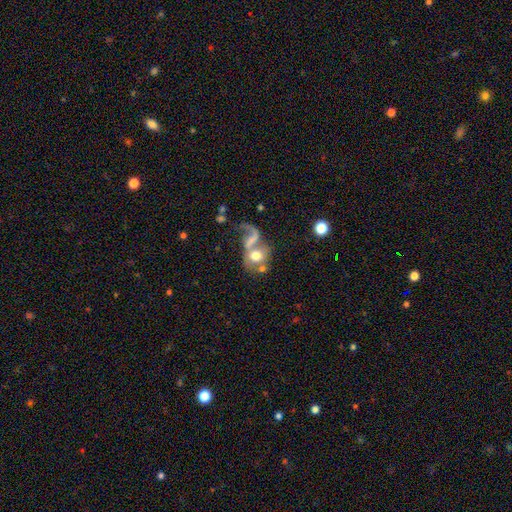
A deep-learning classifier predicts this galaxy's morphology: featured or disk 48%, smooth 42%, star or artifact 10%. Down the decision tree: merging — merger (46%).